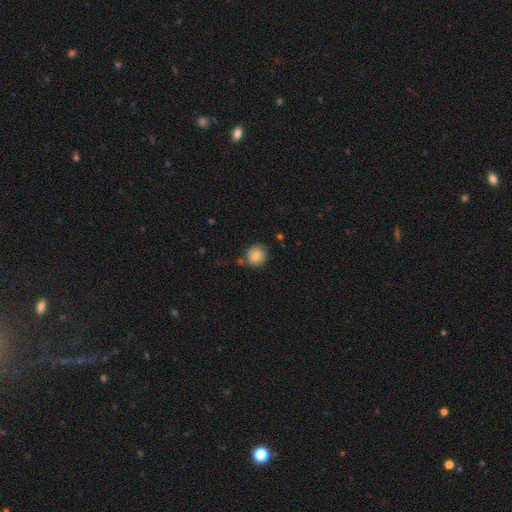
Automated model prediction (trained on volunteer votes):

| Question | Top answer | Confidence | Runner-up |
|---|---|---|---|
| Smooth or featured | smooth | 79% | featured or disk (12%) |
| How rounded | round | 89% | in between (11%) |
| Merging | none | 74% | minor disturbance (17%) |